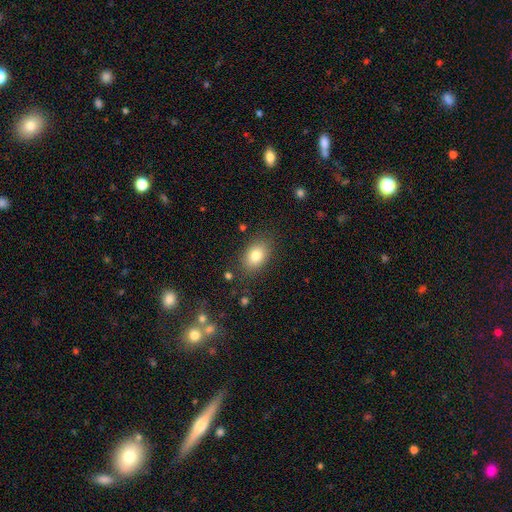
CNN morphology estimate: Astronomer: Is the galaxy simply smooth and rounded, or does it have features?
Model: smooth — 81%.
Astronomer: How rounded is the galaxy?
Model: in between — 79%.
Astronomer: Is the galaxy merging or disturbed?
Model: none — 82%.